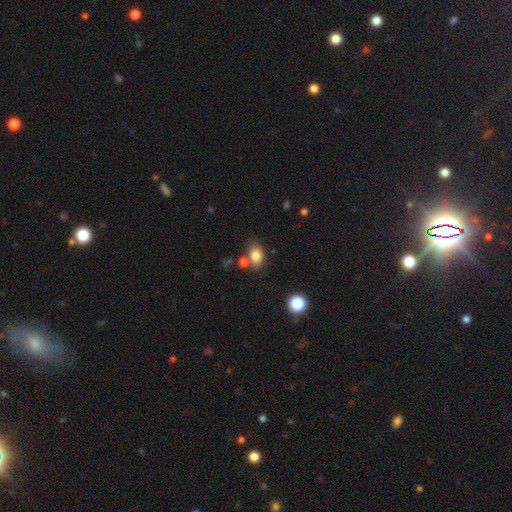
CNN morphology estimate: A smooth galaxy with no disk features (83%) that is in between round and cigar-shaped (75%).

Vote fractions:
- Smooth or featured? smooth: 83% / star or artifact: 10% / featured or disk: 7%
- How rounded? in between: 75% / round: 24% / cigar-shaped: 1%
- Merging? none: 65% / merger: 16% / minor disturbance: 14% / major disturbance: 5%